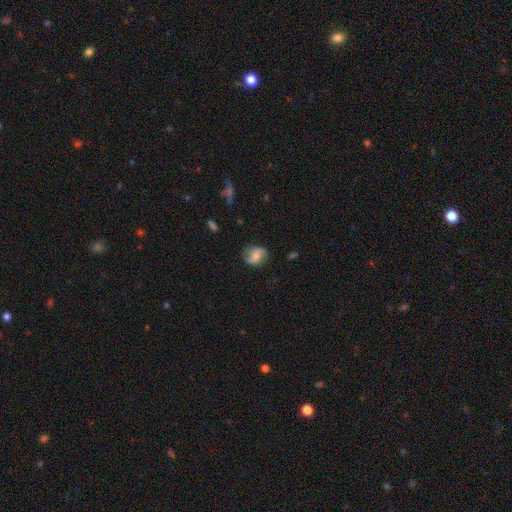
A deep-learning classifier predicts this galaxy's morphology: This is possibly a featured or disk galaxy (49%). Merging: likely none (75%).